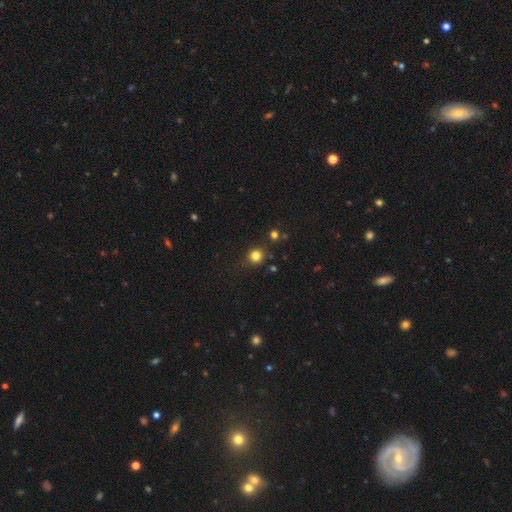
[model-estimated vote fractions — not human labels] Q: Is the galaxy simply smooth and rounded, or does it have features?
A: smooth — 81%.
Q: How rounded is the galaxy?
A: round — 92%.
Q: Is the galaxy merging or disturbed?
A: none — 85%.